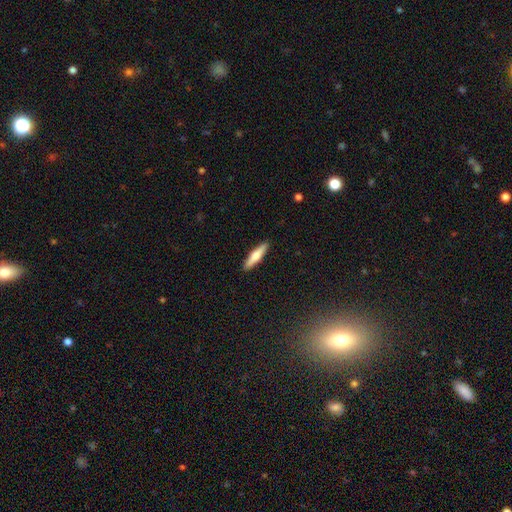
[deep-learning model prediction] Smooth or featured? Predicted: smooth (p=0.60). How rounded? Predicted: cigar-shaped (p=0.83). Merging? Predicted: none (p=0.91).